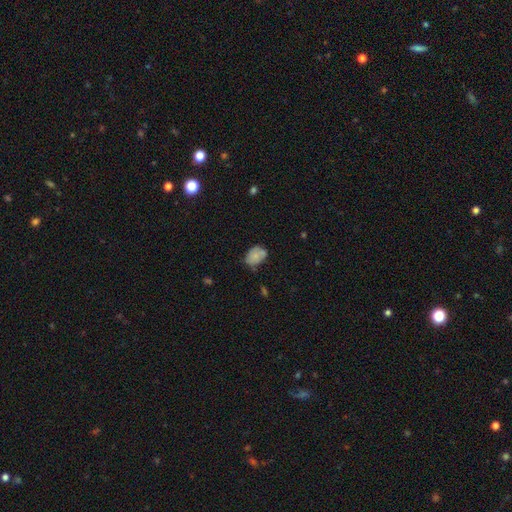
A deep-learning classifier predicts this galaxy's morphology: This appears to be a smooth galaxy with no disk features (74%) that is in between round and cigar-shaped (74%). Merging: none (51%).